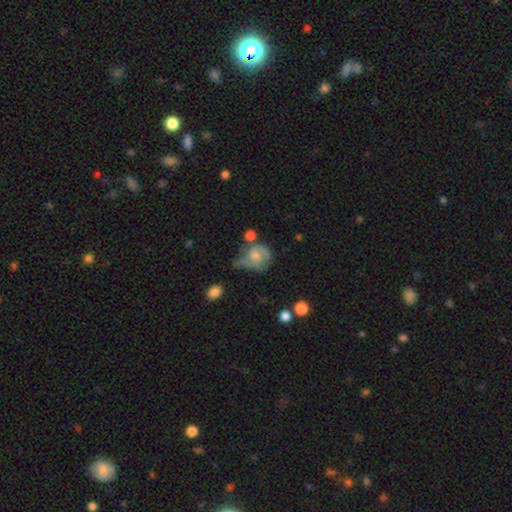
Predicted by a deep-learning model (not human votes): A smooth galaxy with no disk features (49%). Merging: minor disturbance (30%, tied with none).